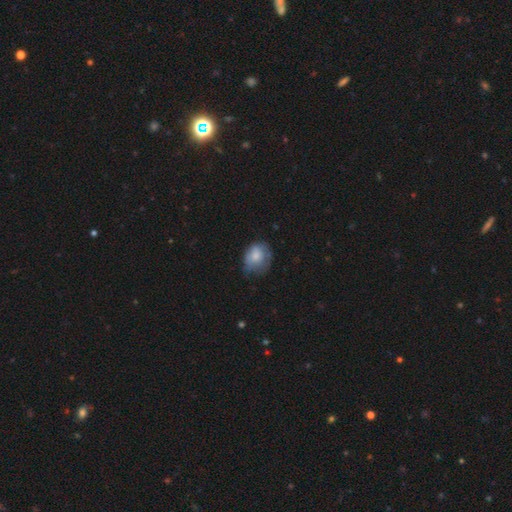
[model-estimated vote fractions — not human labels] Smooth or featured?
  - smooth: 74% *
  - featured or disk: 18%
  - star or artifact: 8%
How rounded?
  - round: 57% *
  - in between: 42%
  - cigar-shaped: 1%
Merging?
  - none: 51% *
  - minor disturbance: 34%
  - major disturbance: 14%
  - merger: 1%